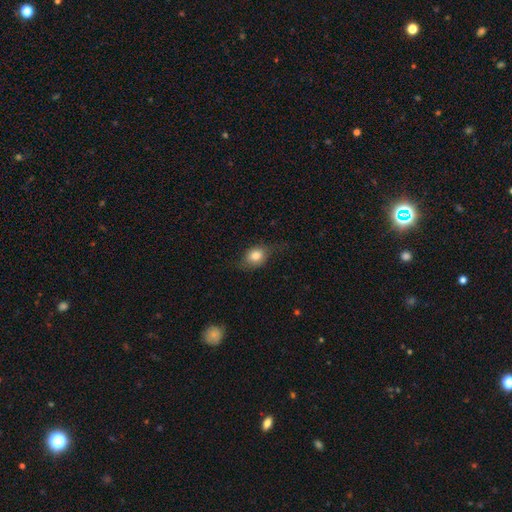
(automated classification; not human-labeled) smooth-or-featured: smooth: 75% | featured or disk: 16% | star or artifact: 8%
  how-rounded: in between: 65% | round: 32% | cigar-shaped: 3%
  merging: none: 62% | minor disturbance: 27% | major disturbance: 10% | merger: 1%